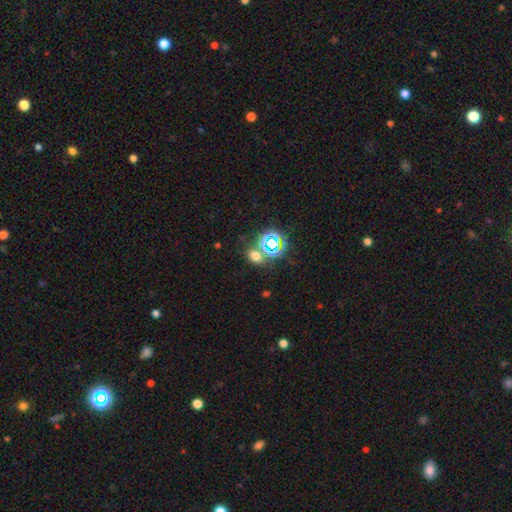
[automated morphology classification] Smooth or featured?
  - smooth: 56% *
  - star or artifact: 35%
  - featured or disk: 9%
How rounded?
  - in between: 66% *
  - round: 32%
  - cigar-shaped: 2%
Merging?
  - none: 64% *
  - merger: 21%
  - minor disturbance: 10%
  - major disturbance: 4%